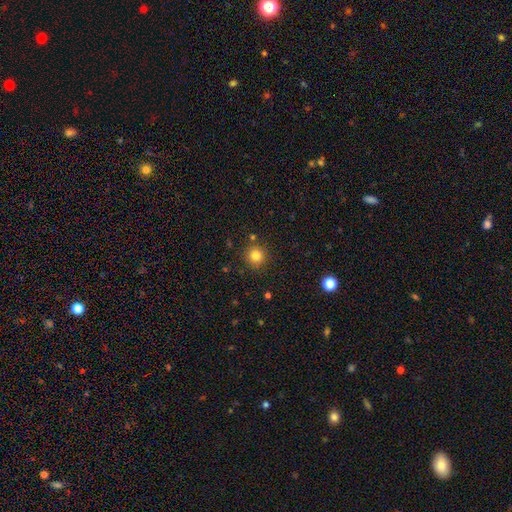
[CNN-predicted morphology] This is clearly a smooth galaxy (82%). How rounded: clearly round (94%). Merging: clearly none (87%).